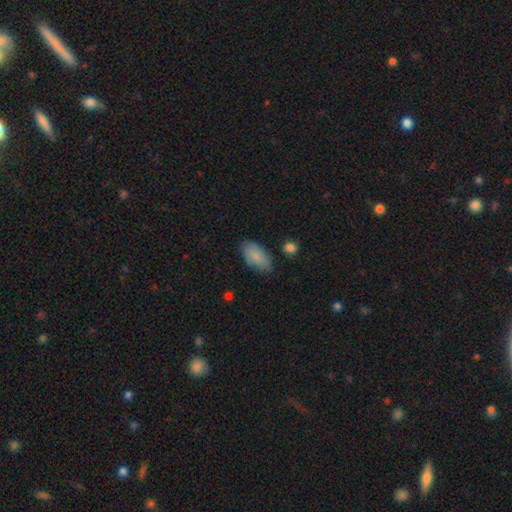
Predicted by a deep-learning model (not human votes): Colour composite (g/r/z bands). It shows a smooth galaxy with no disk features (82%) that is in between round and cigar-shaped (93%). Merging: none (77%).